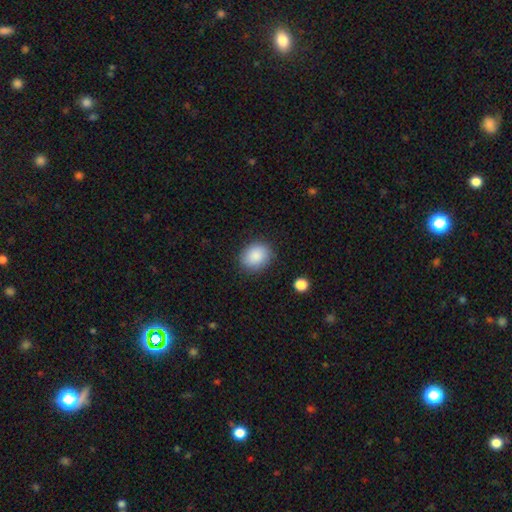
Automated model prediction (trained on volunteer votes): smooth_or_featured: smooth (p=0.87) [alt: star or artifact p=0.07]
how_rounded: round (p=0.54) [alt: in between p=0.45]
merging: none (p=0.85) [alt: minor disturbance p=0.10]